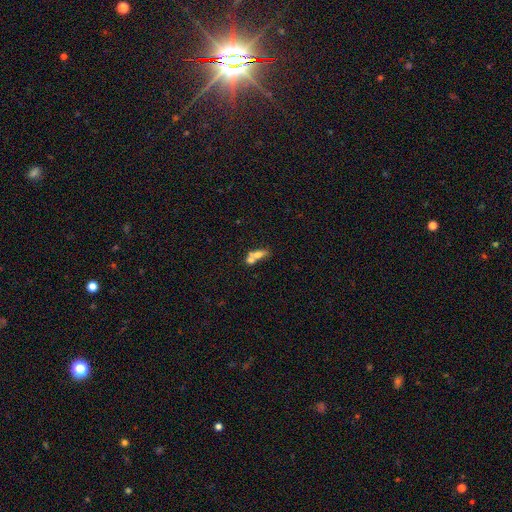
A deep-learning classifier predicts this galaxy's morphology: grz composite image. It shows a smooth galaxy with no disk features (60%) that is in between round and cigar-shaped (64%). Merging: merger (64%).